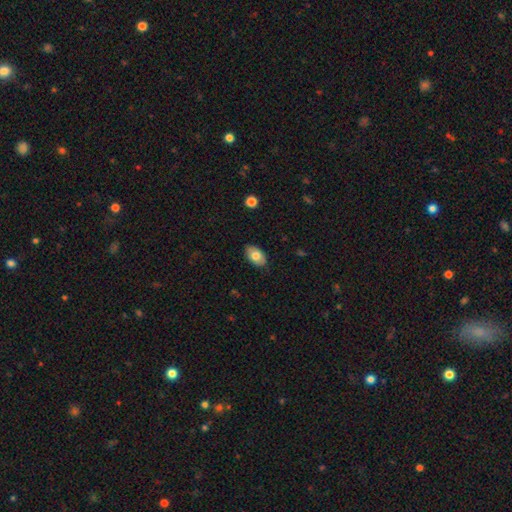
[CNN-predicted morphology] A smooth galaxy with no disk features (77%) that is in between round and cigar-shaped (92%).

Vote fractions:
- Smooth or featured? smooth: 77% / featured or disk: 17% / star or artifact: 7%
- How rounded? in between: 92% / round: 7% / cigar-shaped: 1%
- Merging? none: 85% / minor disturbance: 12% / major disturbance: 2% / merger: 1%